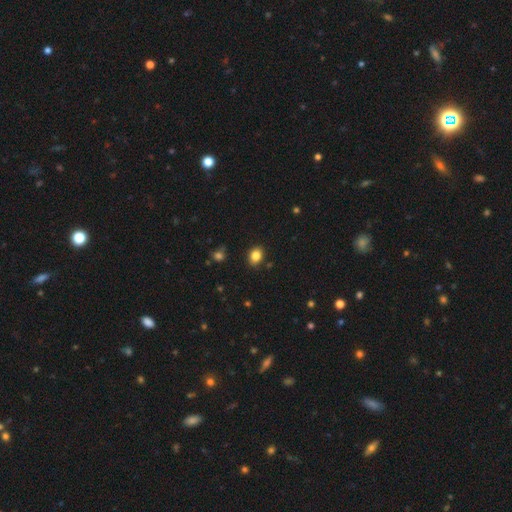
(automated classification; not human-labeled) smooth_or_featured: smooth (p=0.85) [alt: star or artifact p=0.10]
how_rounded: in between (p=0.61) [alt: round p=0.38]
merging: none (p=0.85) [alt: minor disturbance p=0.11]